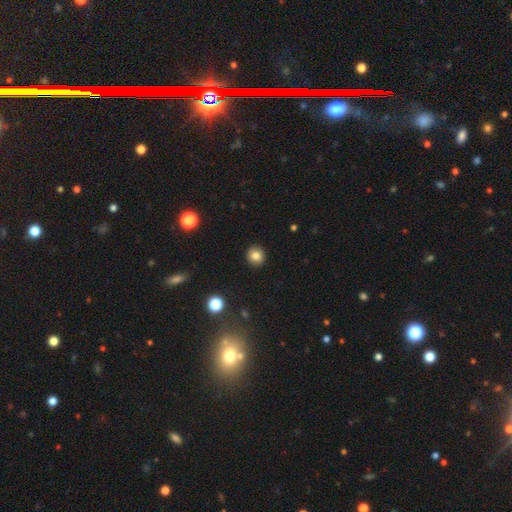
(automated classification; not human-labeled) The model was most divided on "smooth or featured": smooth: 82%, star or artifact: 11%, featured or disk: 7%. More confident: merging — none (92%); how rounded — round (90%).